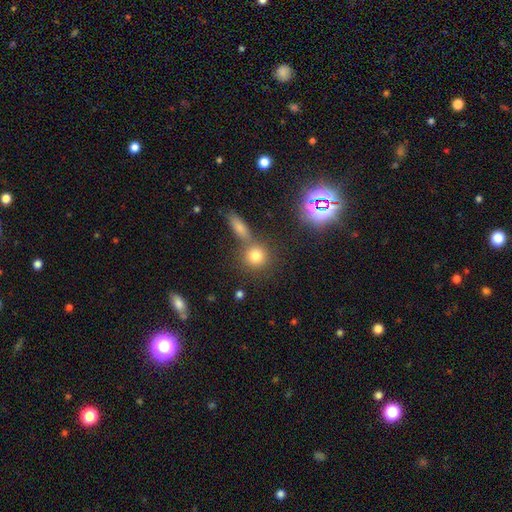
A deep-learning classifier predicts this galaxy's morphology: smooth-or-featured: smooth: 74% | star or artifact: 16% | featured or disk: 9%
  how-rounded: round: 84% | in between: 13% | cigar-shaped: 3%
  merging: none: 64% | merger: 24% | minor disturbance: 9% | major disturbance: 4%